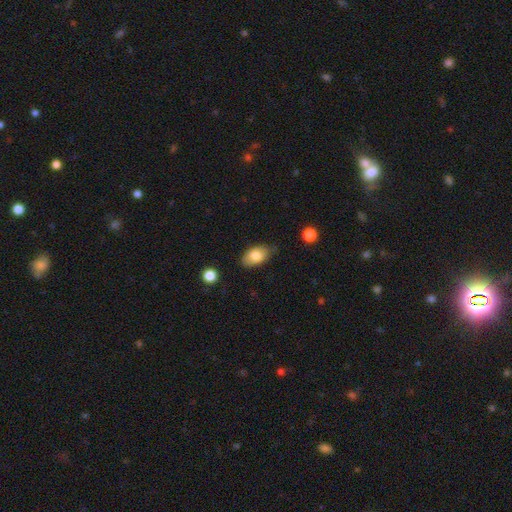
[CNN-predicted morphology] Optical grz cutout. It shows a smooth galaxy with no disk features (81%) that is in between round and cigar-shaped (91%). Merging: none (74%).